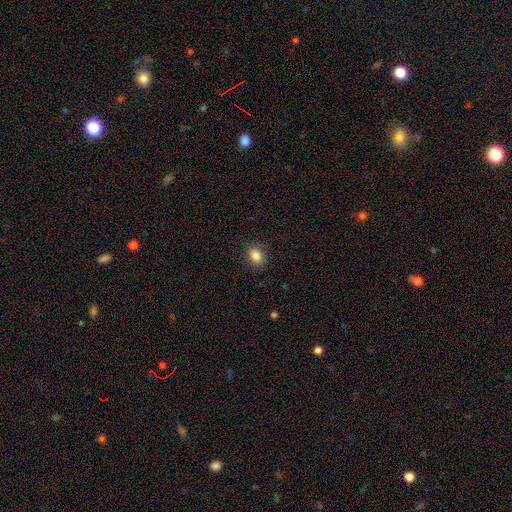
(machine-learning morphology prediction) smooth-or-featured: smooth: 86% | star or artifact: 9% | featured or disk: 5%
  how-rounded: in between: 70% | round: 28% | cigar-shaped: 1%
  merging: none: 86% | minor disturbance: 10% | major disturbance: 3% | merger: 1%